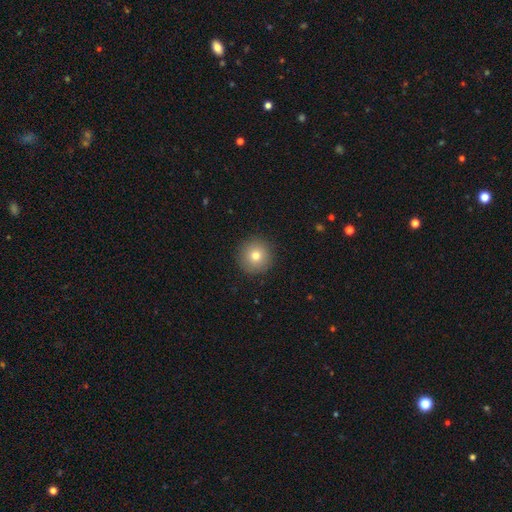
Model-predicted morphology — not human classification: type=smooth (76%); roundness=round (96%); merging=none (92%).